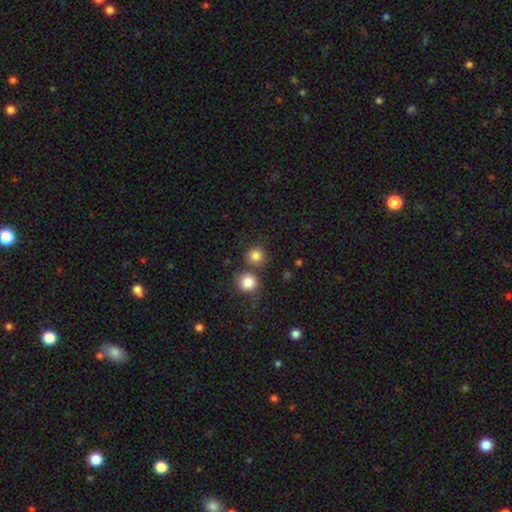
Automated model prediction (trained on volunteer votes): smooth_or_featured: smooth (p=0.83) [alt: star or artifact p=0.11]
how_rounded: round (p=0.91) [alt: in between p=0.08]
merging: none (p=0.66) [alt: merger p=0.23]